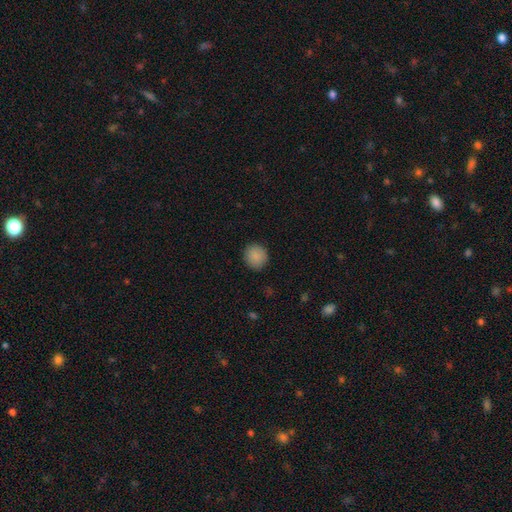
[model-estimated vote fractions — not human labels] This is clearly a smooth galaxy (88%). How rounded: clearly round (91%). Merging: clearly none (90%).